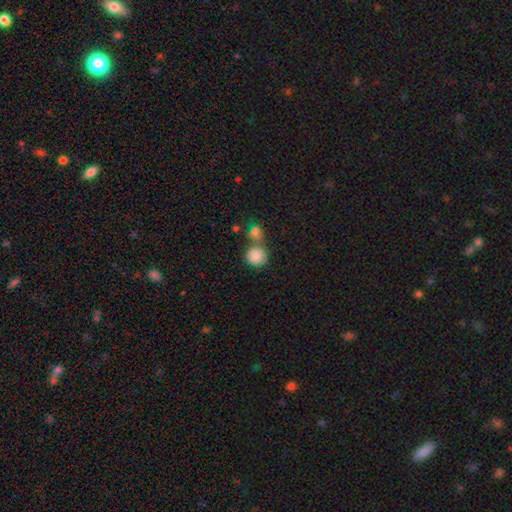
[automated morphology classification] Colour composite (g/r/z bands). It shows a smooth galaxy with no disk features (85%) that is round (88%). Merging: none (47%).